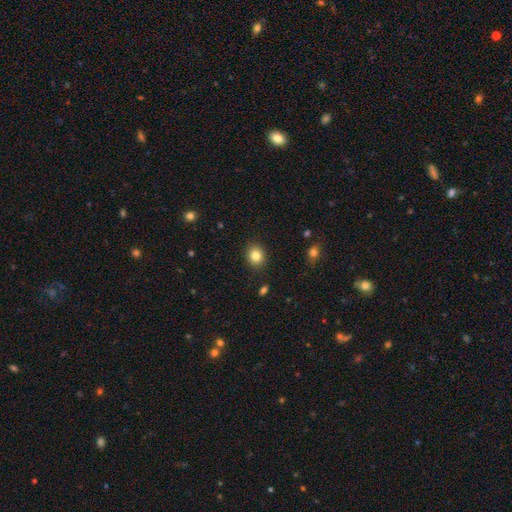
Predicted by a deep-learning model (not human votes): The model was most divided on "how rounded": round: 69%, in between: 31%, cigar-shaped: 1%. More confident: merging — none (90%); smooth or featured — smooth (83%).